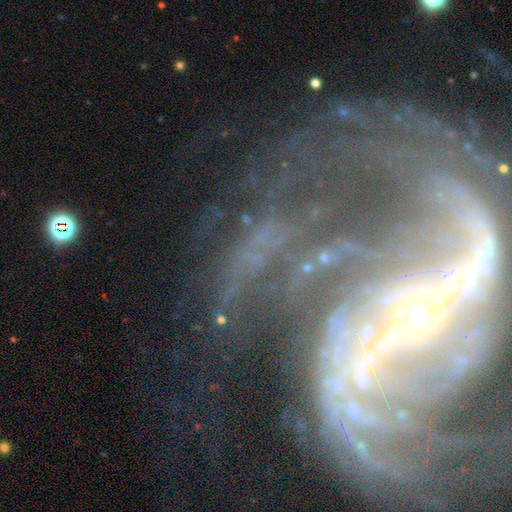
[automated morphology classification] smooth_or_featured: featured or disk (p=0.77) [alt: star or artifact p=0.16]
disk_edge_on: no (p=0.92) [alt: yes p=0.08]
bar: strong (p=0.40) [alt: no p=0.33]
has_spiral_arms: yes (p=0.88) [alt: no p=0.12]
spiral_winding: tight (p=0.44) [alt: medium p=0.34]
spiral_arm_count: 2 (p=0.29) [alt: can't tell p=0.24]
bulge_size: small (p=0.65) [alt: moderate p=0.24]
merging: none (p=0.57) [alt: major disturbance p=0.23]